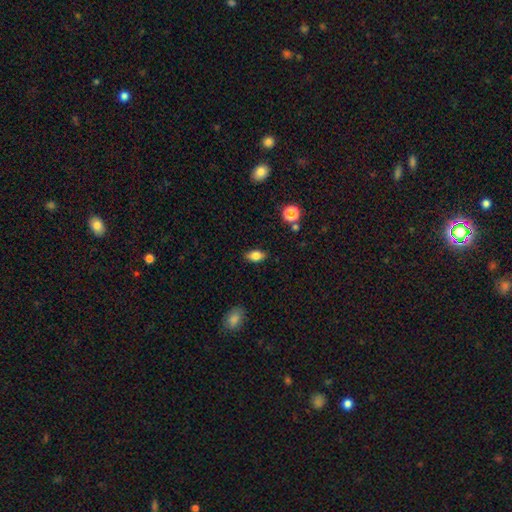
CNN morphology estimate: Smooth or featured? smooth (77%)
How rounded? in between (84%)
Merging? none (84%)